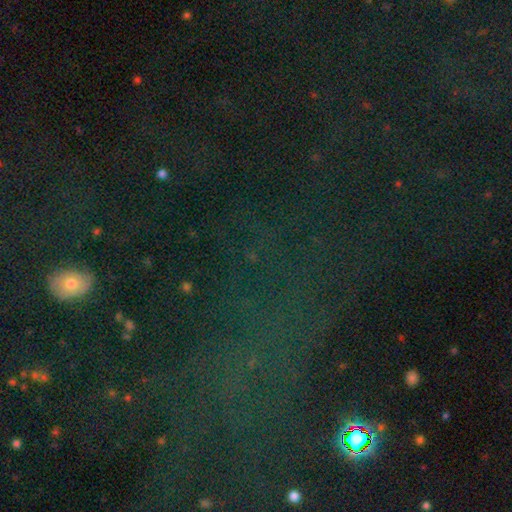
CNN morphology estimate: Smooth or featured? Predicted: star or artifact (p=0.68).